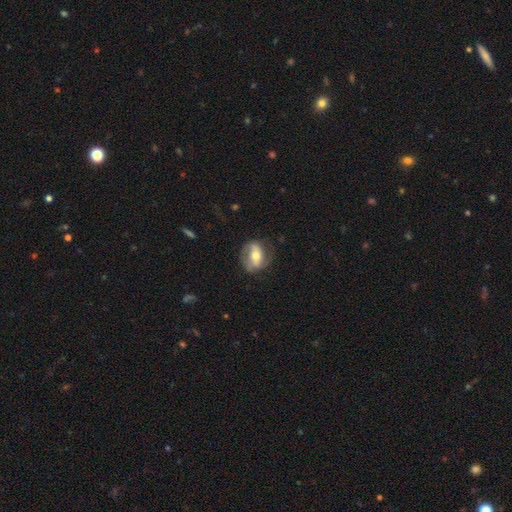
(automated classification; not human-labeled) The model was most divided on "bar": strong: 43%, weak: 31%, no: 25%. More confident: edge-on disk — no (92%); spiral arms — yes (72%); merging — none (71%); bulge size — moderate (70%); smooth or featured — featured or disk (63%).